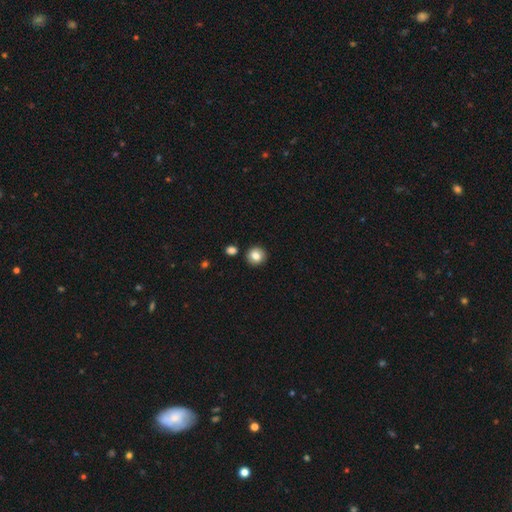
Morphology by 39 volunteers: This appears to be a smooth galaxy with no disk features (87%) that is round (88%). Merging: none (95%).